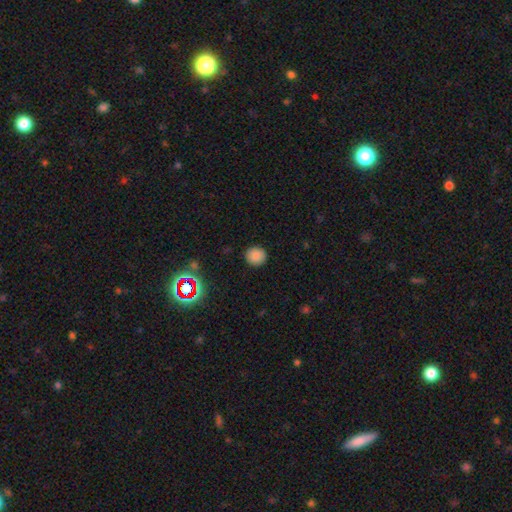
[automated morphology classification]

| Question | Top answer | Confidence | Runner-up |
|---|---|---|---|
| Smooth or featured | smooth | 82% | star or artifact (13%) |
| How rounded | round | 90% | in between (9%) |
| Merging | none | 90% | minor disturbance (7%) |